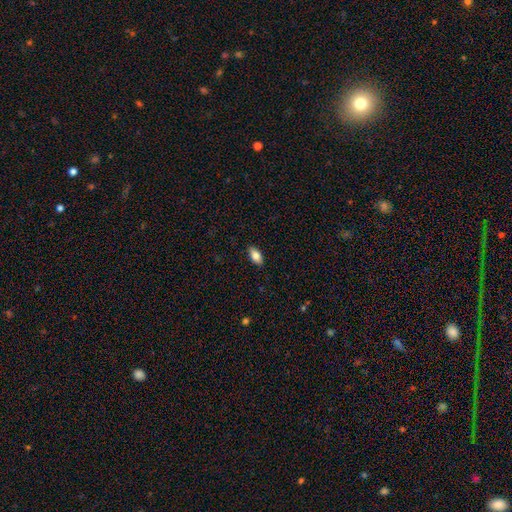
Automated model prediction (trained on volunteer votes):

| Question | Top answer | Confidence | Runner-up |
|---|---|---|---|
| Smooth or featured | smooth | 83% | featured or disk (10%) |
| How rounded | in between | 92% | cigar-shaped (5%) |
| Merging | none | 89% | minor disturbance (8%) |